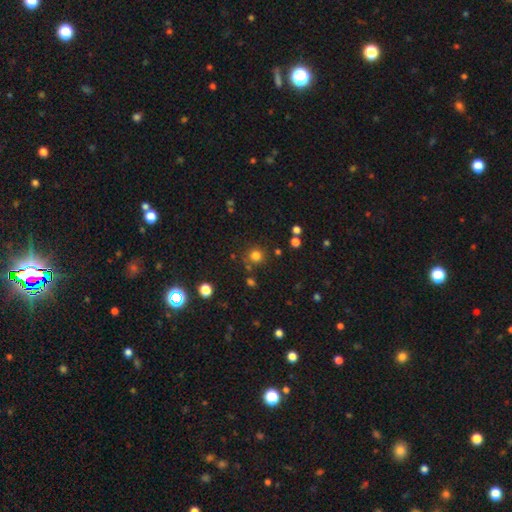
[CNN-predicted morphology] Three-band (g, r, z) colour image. It shows a smooth galaxy with no disk features (78%) that is round (92%). Merging: none (80%).